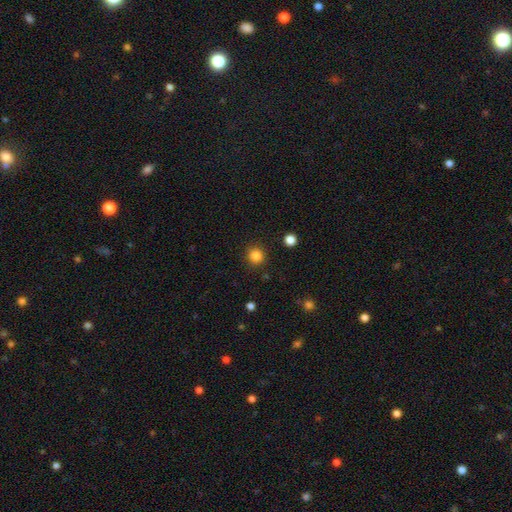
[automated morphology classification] smooth_or_featured: smooth (p=0.85) [alt: star or artifact p=0.12]
how_rounded: round (p=0.92) [alt: in between p=0.07]
merging: none (p=0.90) [alt: minor disturbance p=0.06]